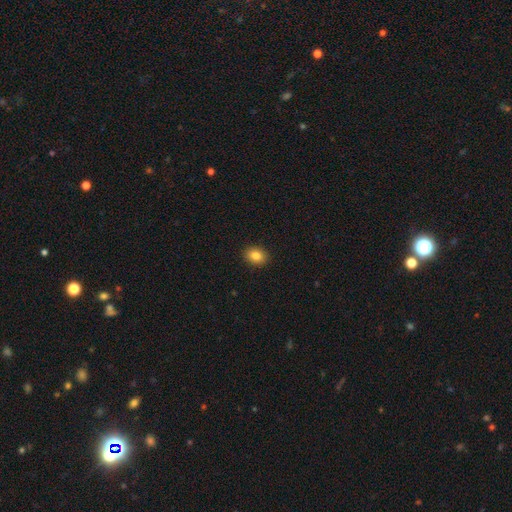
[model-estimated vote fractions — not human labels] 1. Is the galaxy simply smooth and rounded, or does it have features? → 85% smooth, 9% star or artifact, 6% featured or disk.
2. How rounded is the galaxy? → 59% in between, 40% round, 1% cigar-shaped.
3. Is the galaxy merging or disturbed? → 91% none, 7% minor disturbance, 2% major disturbance, 1% merger.